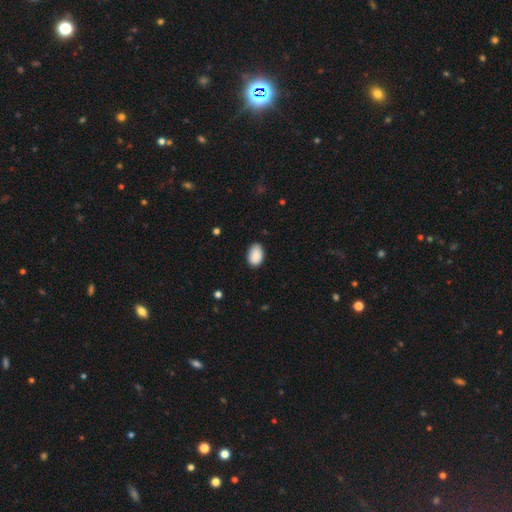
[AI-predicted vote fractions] Q: Smooth or featured?
A: smooth (90%); runner-up: star or artifact (7%)
Q: How rounded?
A: in between (91%); runner-up: round (8%)
Q: Merging?
A: none (83%); runner-up: minor disturbance (13%)